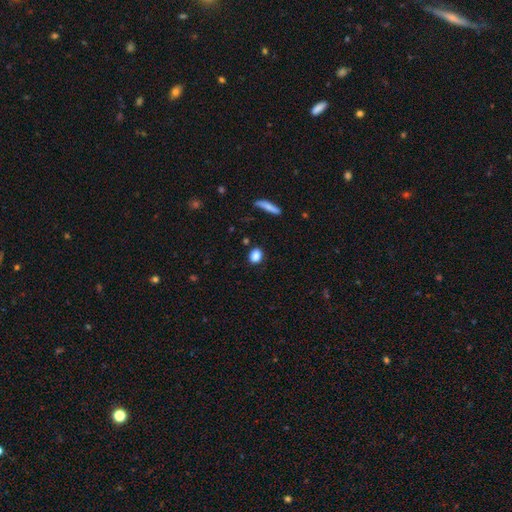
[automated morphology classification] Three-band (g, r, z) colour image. It shows a smooth galaxy with no disk features (86%) that is in between round and cigar-shaped (57%). Merging: none (85%).